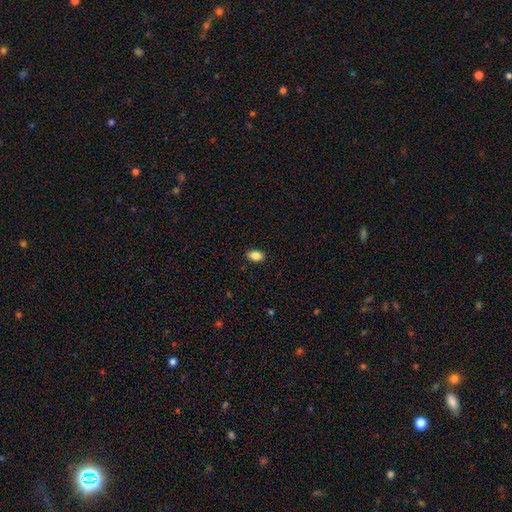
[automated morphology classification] A smooth galaxy with no disk features (86%) that is in between round and cigar-shaped (87%).

Vote fractions:
- Smooth or featured? smooth: 86% / star or artifact: 9% / featured or disk: 5%
- How rounded? in between: 87% / round: 11% / cigar-shaped: 2%
- Merging? none: 88% / minor disturbance: 9% / major disturbance: 2% / merger: 1%